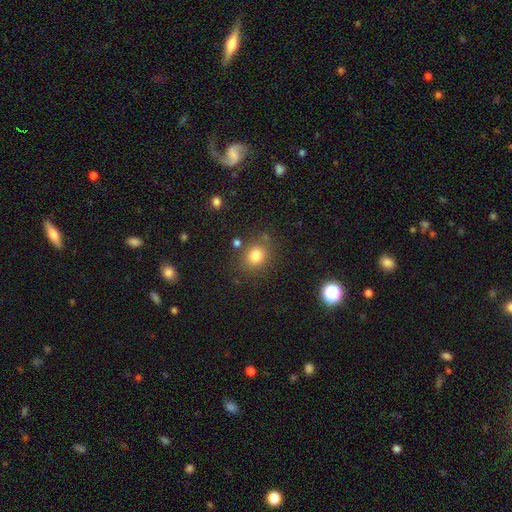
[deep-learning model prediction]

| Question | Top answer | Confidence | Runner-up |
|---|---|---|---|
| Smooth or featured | smooth | 80% | star or artifact (13%) |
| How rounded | round | 68% | in between (31%) |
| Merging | none | 76% | minor disturbance (13%) |